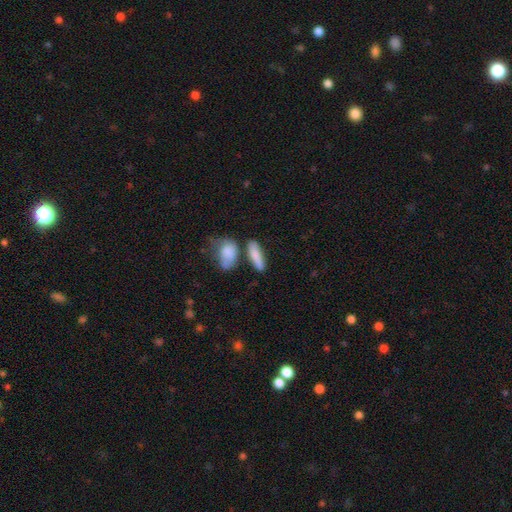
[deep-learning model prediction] smooth 79%, featured or disk 14%, star or artifact 6%. Down the decision tree: how rounded — cigar-shaped (51%); merging — none (61%).